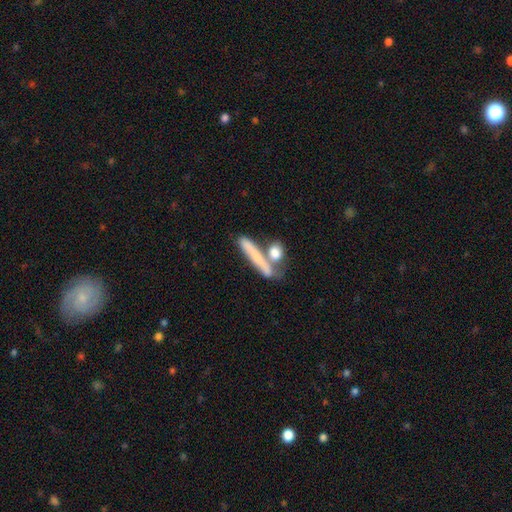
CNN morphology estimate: smooth-or-featured: smooth: 61% | featured or disk: 29% | star or artifact: 10%
  how-rounded: cigar-shaped: 72% | in between: 18% | round: 10%
  merging: none: 49% | merger: 29% | minor disturbance: 14% | major disturbance: 9%